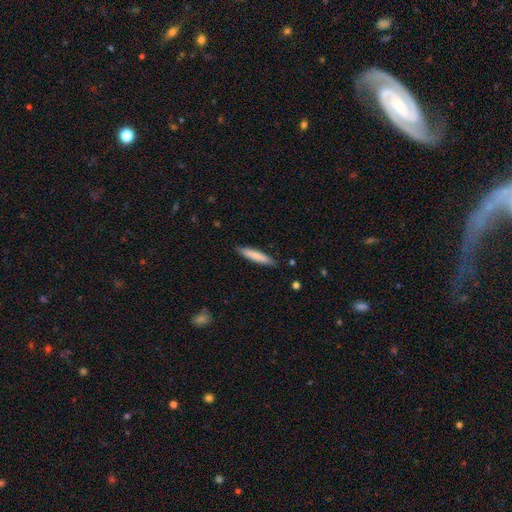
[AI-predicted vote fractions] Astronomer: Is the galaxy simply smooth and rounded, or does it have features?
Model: smooth — 80%.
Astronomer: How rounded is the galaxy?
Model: cigar-shaped — 89%.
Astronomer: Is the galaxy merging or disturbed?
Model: none — 88%.